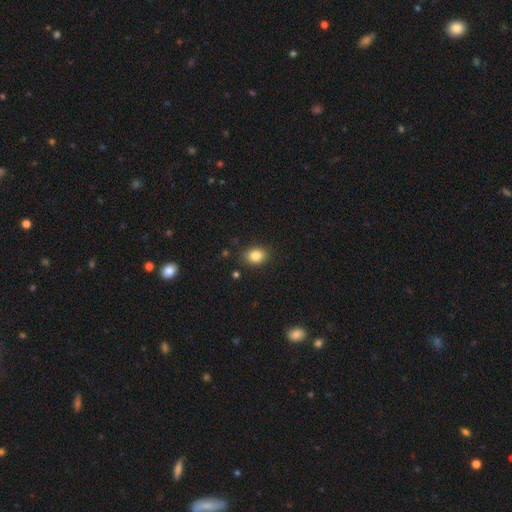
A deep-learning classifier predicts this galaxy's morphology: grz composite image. It shows a smooth galaxy with no disk features (84%) that is in between round and cigar-shaped (57%). Merging: none (86%).